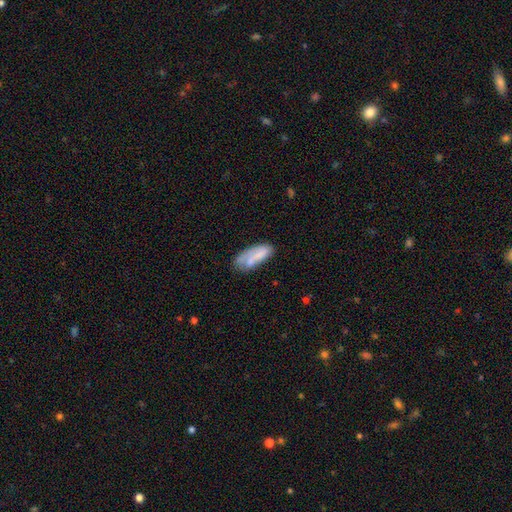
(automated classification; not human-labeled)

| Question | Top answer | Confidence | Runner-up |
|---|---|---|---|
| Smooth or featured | smooth | 66% | featured or disk (26%) |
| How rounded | in between | 76% | cigar-shaped (22%) |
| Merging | none | 49% | minor disturbance (28%) |